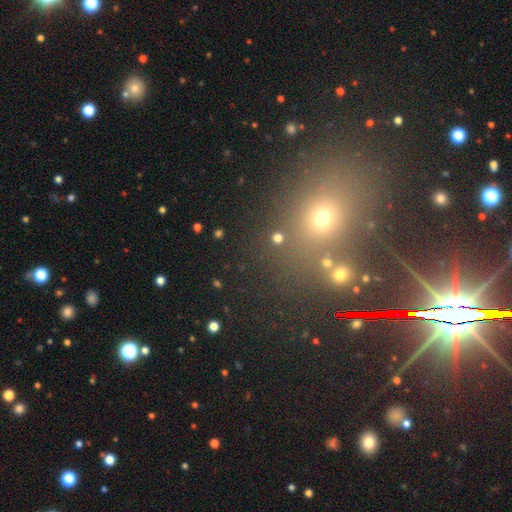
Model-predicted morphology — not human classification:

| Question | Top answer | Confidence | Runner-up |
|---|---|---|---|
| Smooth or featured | star or artifact | 54% | smooth (34%) |